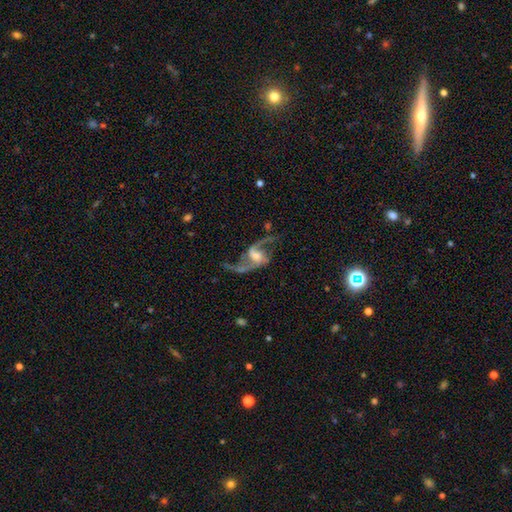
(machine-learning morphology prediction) smooth_or_featured: featured or disk (p=0.89) [alt: star or artifact p=0.06]
disk_edge_on: no (p=0.97) [alt: yes p=0.03]
bar: weak (p=0.47) [alt: no p=0.31]
has_spiral_arms: yes (p=0.96) [alt: no p=0.04]
spiral_winding: loose (p=0.79) [alt: medium p=0.18]
spiral_arm_count: 2 (p=0.92) [alt: 1 p=0.03]
bulge_size: moderate (p=0.49) [alt: small p=0.38]
merging: none (p=0.62) [alt: major disturbance p=0.18]